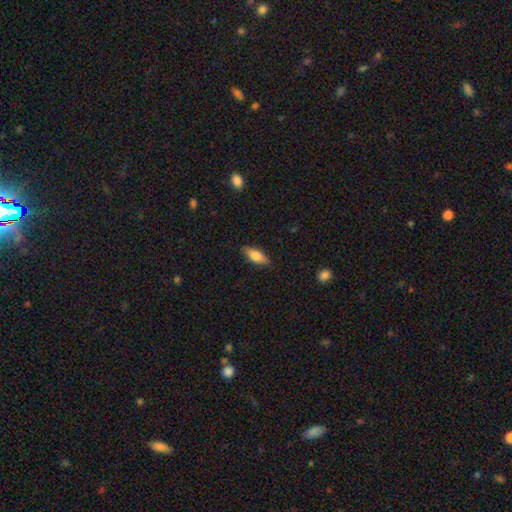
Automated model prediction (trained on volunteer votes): Overall: smooth (72%). How rounded: in between (71%). Merging: none (85%).